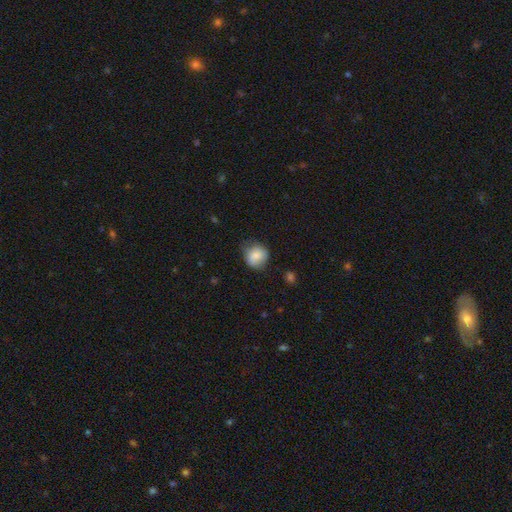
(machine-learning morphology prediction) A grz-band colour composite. It shows a smooth galaxy with no disk features (82%) that is round (81%). Merging: none (65%).